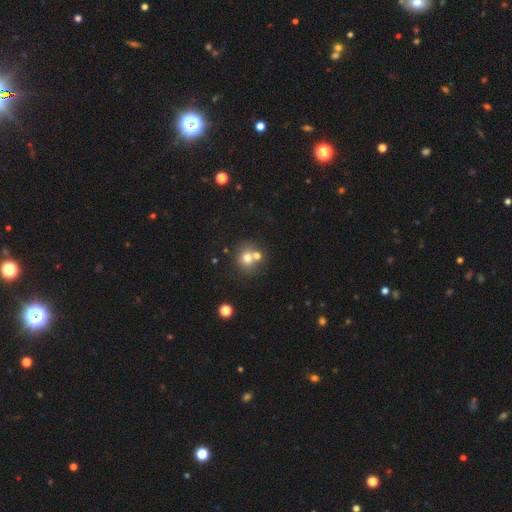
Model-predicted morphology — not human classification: This is likely a smooth galaxy (63%). How rounded: clearly round (87%). Merging: possibly none (51%).